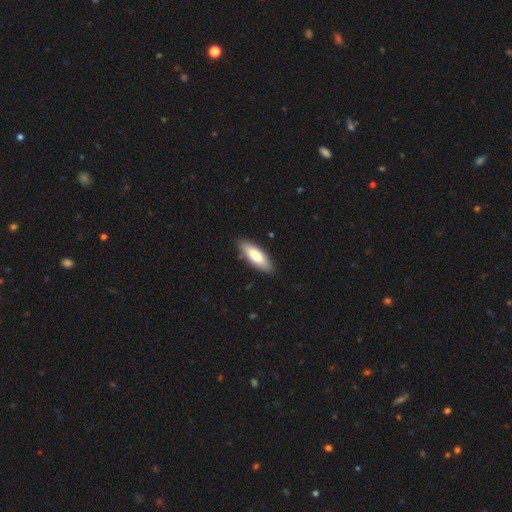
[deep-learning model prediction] Q: Smooth or featured?
A: smooth (77%); runner-up: featured or disk (18%)
Q: How rounded?
A: in between (62%); runner-up: cigar-shaped (36%)
Q: Merging?
A: none (86%); runner-up: minor disturbance (11%)